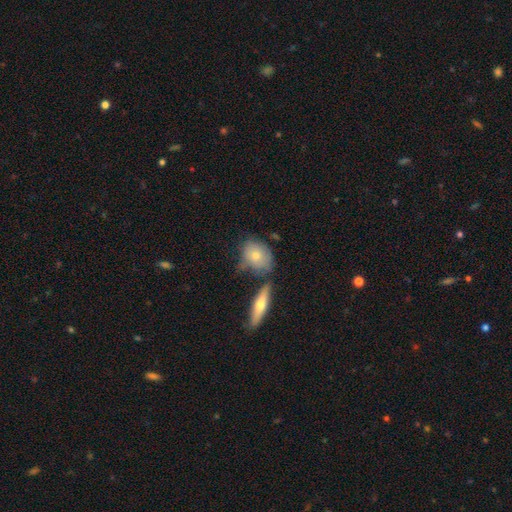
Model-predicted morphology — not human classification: smooth-or-featured: smooth: 69% | featured or disk: 25% | star or artifact: 7%
  how-rounded: in between: 62% | round: 34% | cigar-shaped: 4%
  merging: none: 52% | merger: 21% | minor disturbance: 20% | major disturbance: 6%